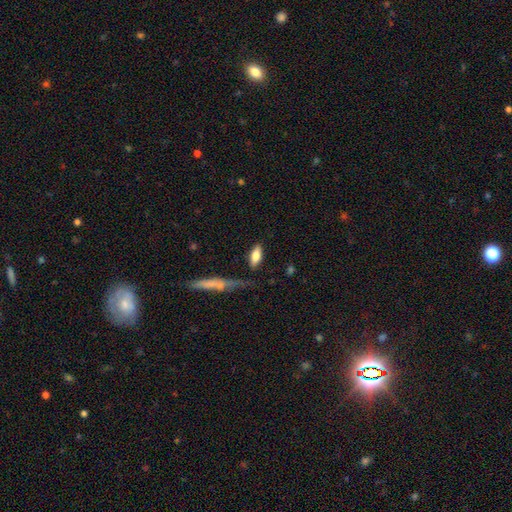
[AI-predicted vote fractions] This appears to be a smooth galaxy with no disk features (74%) that is in between round and cigar-shaped (73%). Merging: none (78%).